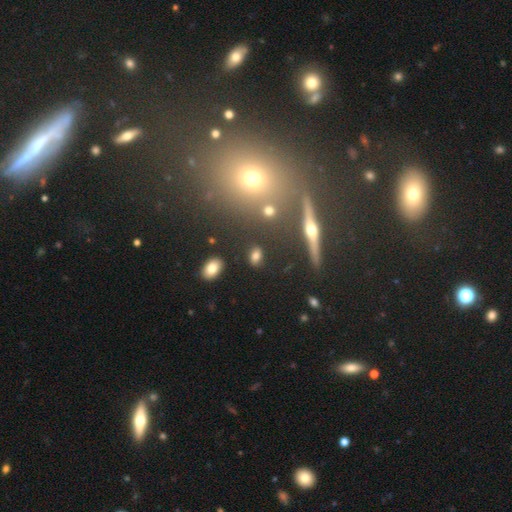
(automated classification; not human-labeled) This appears to be a smooth galaxy with no disk features (73%) that is in between round and cigar-shaped (76%). Merging: none (81%).